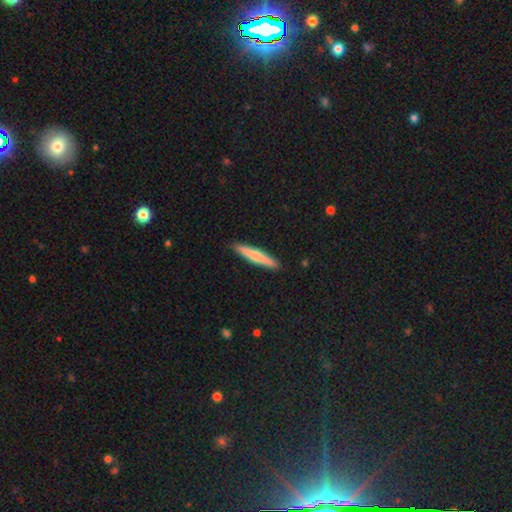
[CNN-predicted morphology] type=smooth (62%); roundness=cigar-shaped (93%); merging=none (91%).